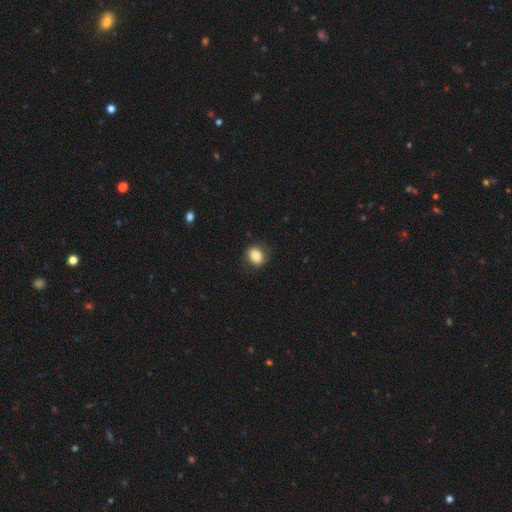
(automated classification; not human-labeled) smooth 83%, star or artifact 9%, featured or disk 8%. Down the decision tree: how rounded — round (55%); merging — none (82%).